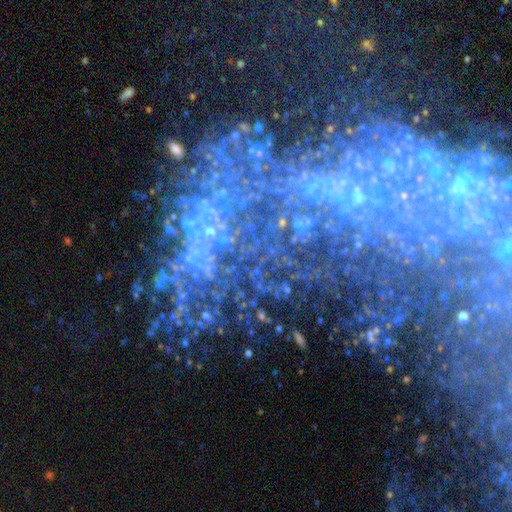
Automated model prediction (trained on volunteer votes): Q: Smooth or featured?
A: star or artifact (47%); runner-up: featured or disk (41%)